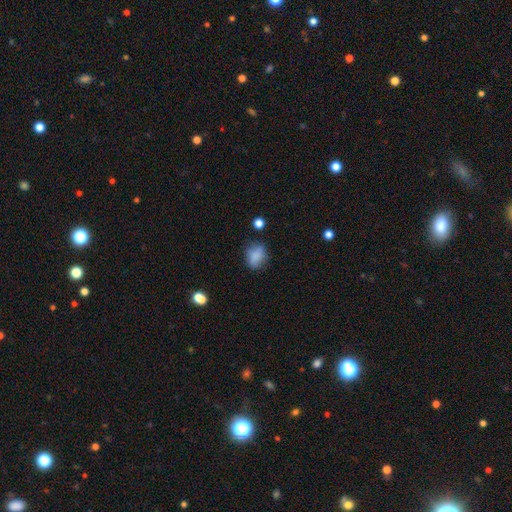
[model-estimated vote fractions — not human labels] A smooth galaxy with no disk features (81%) that is in between round and cigar-shaped (65%).

Vote fractions:
- Smooth or featured? smooth: 81% / star or artifact: 10% / featured or disk: 9%
- How rounded? in between: 65% / round: 32% / cigar-shaped: 2%
- Merging? none: 71% / minor disturbance: 21% / major disturbance: 6% / merger: 3%